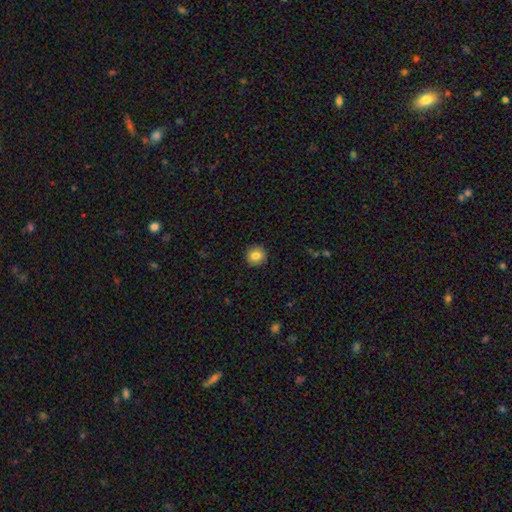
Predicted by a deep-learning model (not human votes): smooth_or_featured: smooth (p=0.83) [alt: star or artifact p=0.09]
how_rounded: round (p=0.94) [alt: in between p=0.05]
merging: none (p=0.92) [alt: minor disturbance p=0.05]